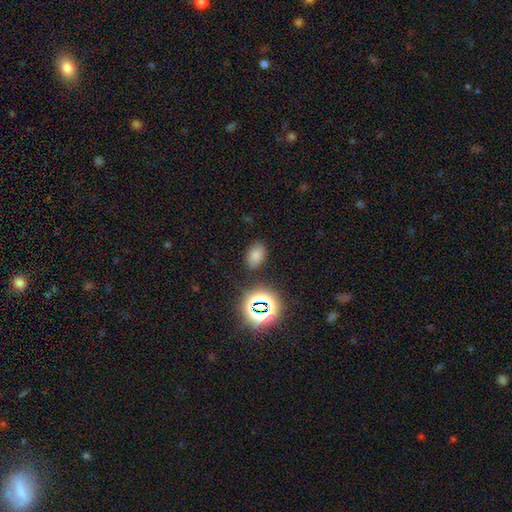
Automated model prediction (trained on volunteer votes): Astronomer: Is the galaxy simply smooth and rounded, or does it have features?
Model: smooth — 73%.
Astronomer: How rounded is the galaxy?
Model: in between — 84%.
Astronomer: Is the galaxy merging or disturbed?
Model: none — 82%.